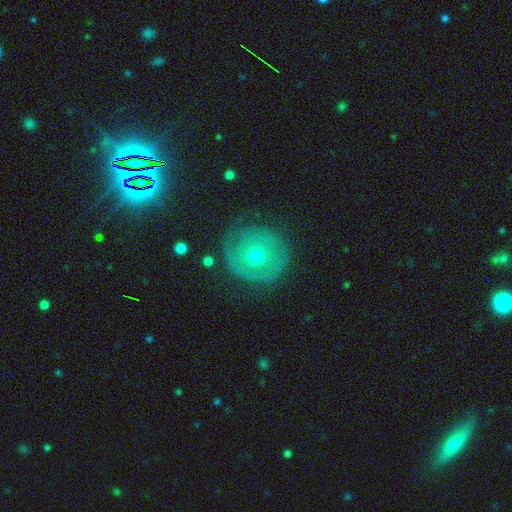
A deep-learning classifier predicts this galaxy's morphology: A featured or disk galaxy (51%).

Vote fractions:
- Smooth or featured? featured or disk: 51% / smooth: 36% / star or artifact: 13%
- Edge-on disk? no: 95% / yes: 5%
- Merging? none: 80% / minor disturbance: 13% / major disturbance: 5% / merger: 1%